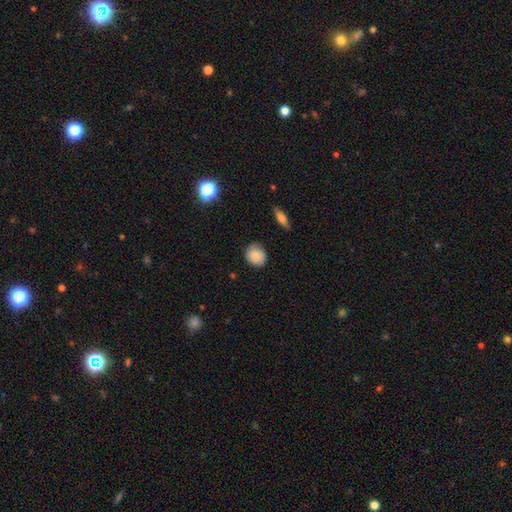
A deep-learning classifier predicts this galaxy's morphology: type=smooth (82%); roundness=round (67%); merging=none (81%).